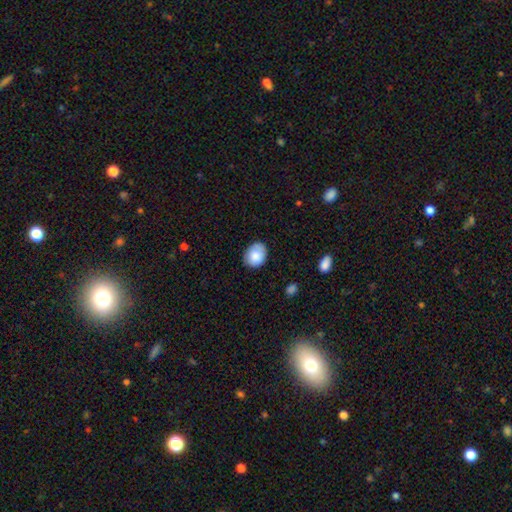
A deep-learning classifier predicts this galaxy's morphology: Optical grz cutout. It shows a smooth galaxy with no disk features (84%) that is in between round and cigar-shaped (51%). Merging: none (76%).